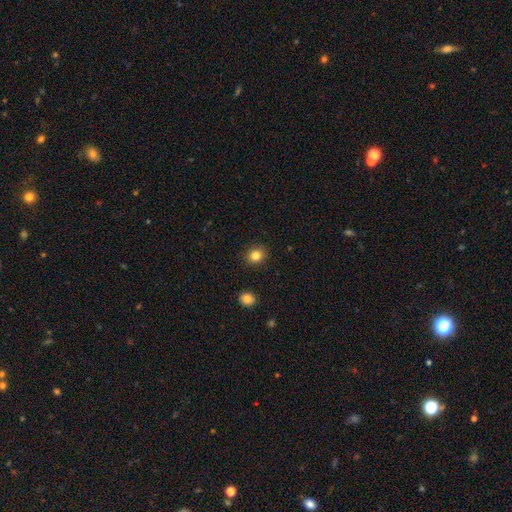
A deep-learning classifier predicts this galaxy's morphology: Smooth or featured?
  - smooth: 84% *
  - star or artifact: 11%
  - featured or disk: 6%
How rounded?
  - round: 69% *
  - in between: 30%
  - cigar-shaped: 1%
Merging?
  - none: 89% *
  - minor disturbance: 7%
  - major disturbance: 2%
  - merger: 1%